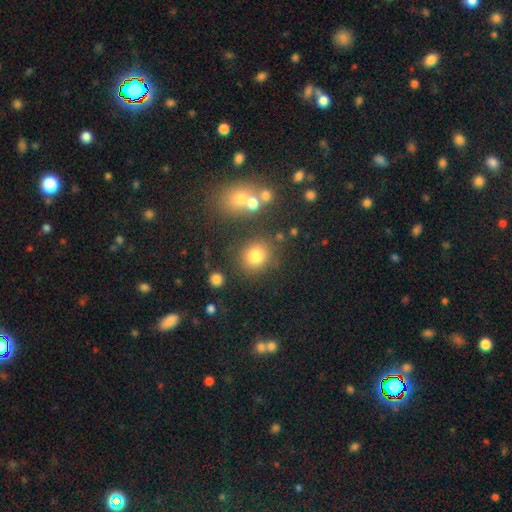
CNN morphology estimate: A smooth galaxy with no disk features (78%) that is round (81%). Merging: none (78%).